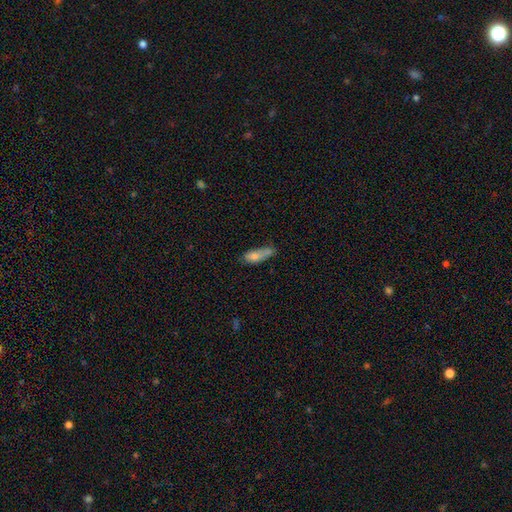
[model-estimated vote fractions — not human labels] Smooth or featured: smooth — 73% (featured or disk — 18%)
How rounded: in between — 67% (cigar-shaped — 29%)
Merging: none — 35% (minor disturbance — 28%)